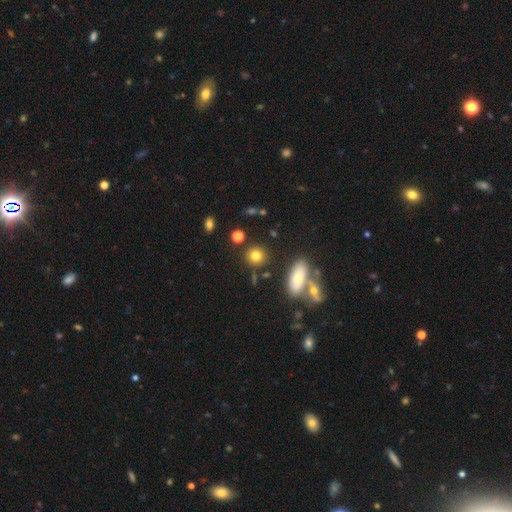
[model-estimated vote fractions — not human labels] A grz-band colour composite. It shows a smooth galaxy with no disk features (79%) that is round (82%). Merging: none (80%).